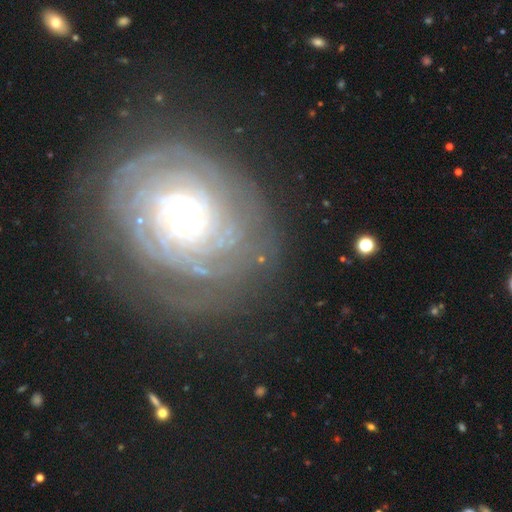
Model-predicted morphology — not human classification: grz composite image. It shows a featured or disk galaxy (82%) with no bar (79%), tight (83%) spiral arms (90%) and a moderate central bulge (56%). Merging: none (76%).